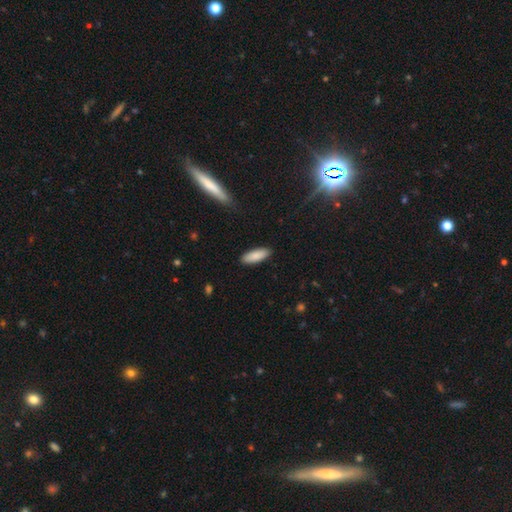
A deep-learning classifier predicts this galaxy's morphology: Smooth or featured? Predicted: smooth (p=0.88). How rounded? Predicted: in between (p=0.67). Merging? Predicted: none (p=0.89).